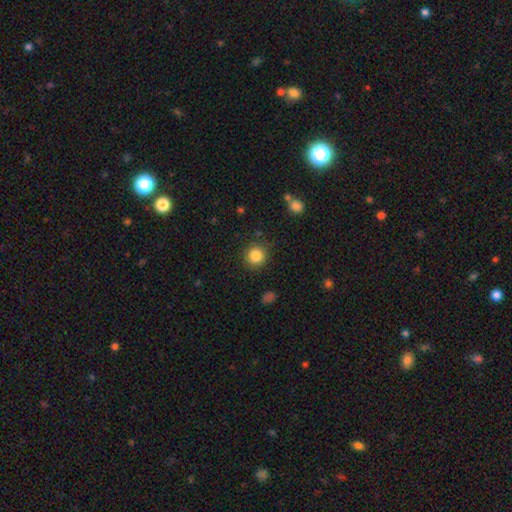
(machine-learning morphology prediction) The model was most divided on "smooth or featured": smooth: 85%, star or artifact: 10%, featured or disk: 5%. More confident: how rounded — round (92%); merging — none (87%).